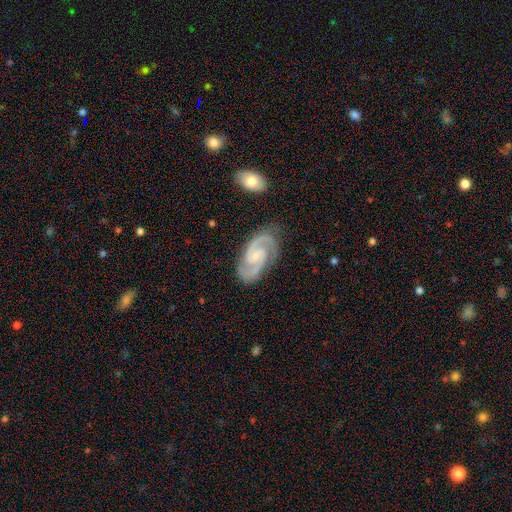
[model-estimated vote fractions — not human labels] Smooth or featured?
  - featured or disk: 92% *
  - smooth: 4%
  - star or artifact: 4%
Edge-on disk?
  - no: 98% *
  - yes: 2%
Bar?
  - weak: 45% *
  - no: 42%
  - strong: 13%
Spiral arms?
  - yes: 98% *
  - no: 2%
Spiral winding?
  - medium: 55% *
  - tight: 36%
  - loose: 8%
Spiral arm count?
  - 2: 94% *
  - can't tell: 2%
  - 3: 2%
  - 1: 1%
  - 4: 1%
  - more than 4: 1%
Bulge size?
  - small: 48% *
  - none: 28%
  - moderate: 20%
  - large: 2%
  - dominant: 1%
Merging?
  - none: 83% *
  - minor disturbance: 12%
  - major disturbance: 3%
  - merger: 2%